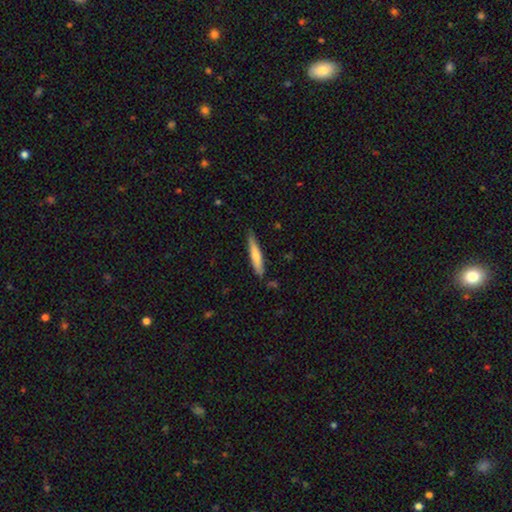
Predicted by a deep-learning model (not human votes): Morphology: type=smooth (66%); roundness=cigar-shaped (89%); merging=none (80%).